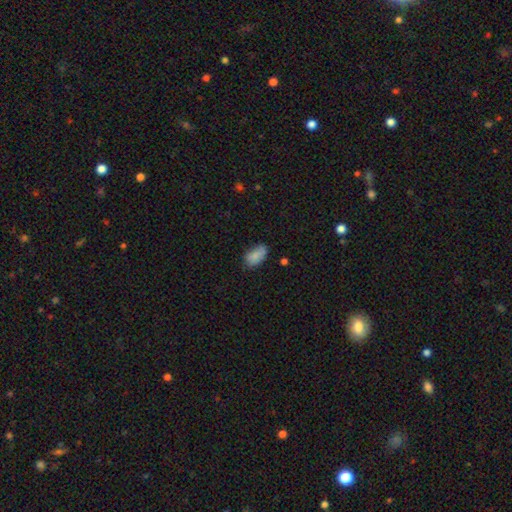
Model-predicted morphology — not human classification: This is clearly a smooth galaxy (85%). How rounded: clearly in between (92%). Merging: likely none (65%).